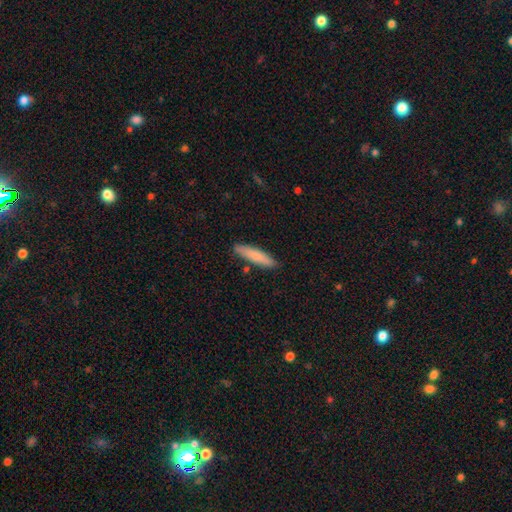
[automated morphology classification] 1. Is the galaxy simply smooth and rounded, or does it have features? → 78% smooth, 16% featured or disk, 6% star or artifact.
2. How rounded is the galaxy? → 83% cigar-shaped, 16% in between, 1% round.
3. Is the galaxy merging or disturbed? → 87% none, 9% minor disturbance, 2% merger, 2% major disturbance.